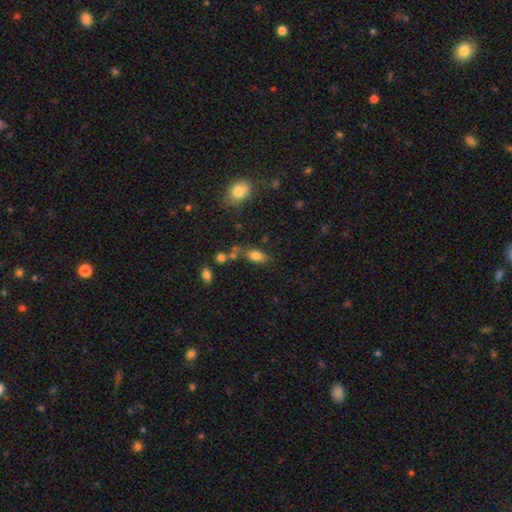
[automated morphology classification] Smooth or featured?
  - smooth: 80% *
  - star or artifact: 11%
  - featured or disk: 9%
How rounded?
  - in between: 86% *
  - round: 8%
  - cigar-shaped: 6%
Merging?
  - none: 57% *
  - minor disturbance: 20%
  - merger: 15%
  - major disturbance: 8%